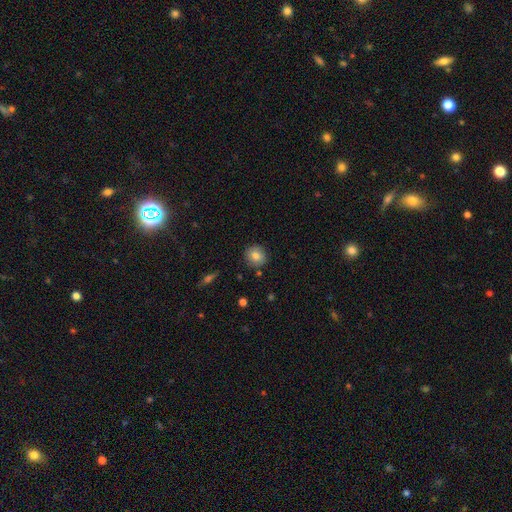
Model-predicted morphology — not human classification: Smooth or featured: smooth — 81% (featured or disk — 10%)
How rounded: round — 90% (in between — 9%)
Merging: none — 88% (minor disturbance — 8%)